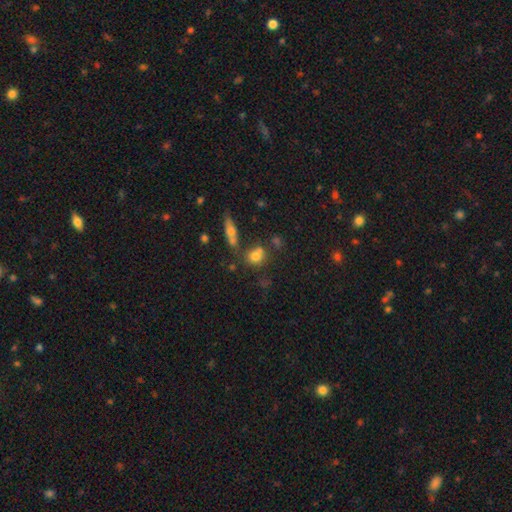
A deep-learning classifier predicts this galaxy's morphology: A smooth galaxy with no disk features (75%) that is round (64%). Merging: none (55%).